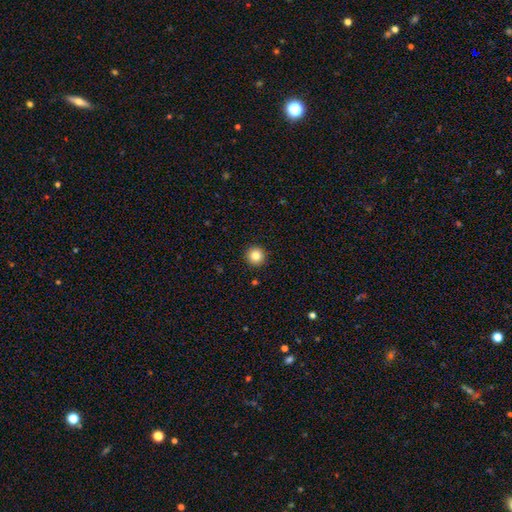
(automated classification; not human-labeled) smooth_or_featured: smooth (p=0.83) [alt: star or artifact p=0.11]
how_rounded: round (p=0.96) [alt: in between p=0.03]
merging: none (p=0.93) [alt: minor disturbance p=0.05]